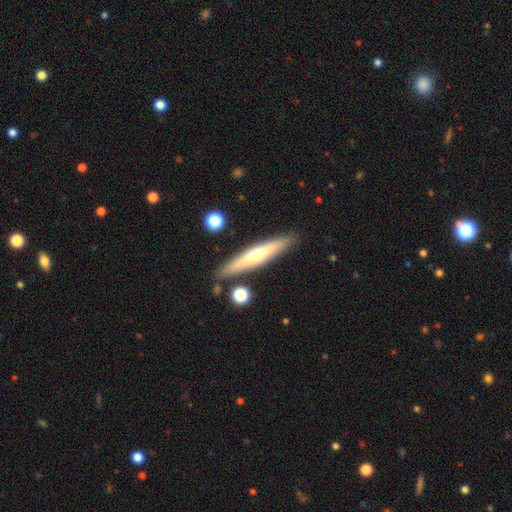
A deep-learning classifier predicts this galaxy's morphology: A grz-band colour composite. It shows a featured or disk galaxy (52%) viewed edge-on (93%). Merging: none (87%).